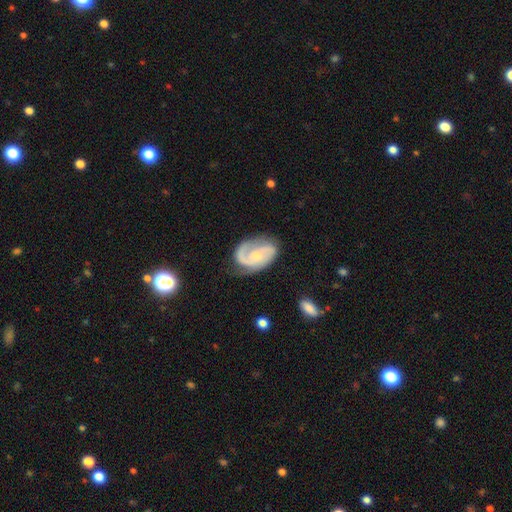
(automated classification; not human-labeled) Q: Smooth or featured?
A: featured or disk (85%); runner-up: smooth (10%)
Q: Edge-on disk?
A: no (97%); runner-up: yes (3%)
Q: Bar?
A: no (58%); runner-up: weak (34%)
Q: Spiral arms?
A: yes (96%); runner-up: no (4%)
Q: Spiral winding?
A: medium (47%); runner-up: tight (33%)
Q: Spiral arm count?
A: 2 (78%); runner-up: 1 (12%)
Q: Bulge size?
A: small (56%); runner-up: moderate (38%)
Q: Merging?
A: none (66%); runner-up: minor disturbance (22%)